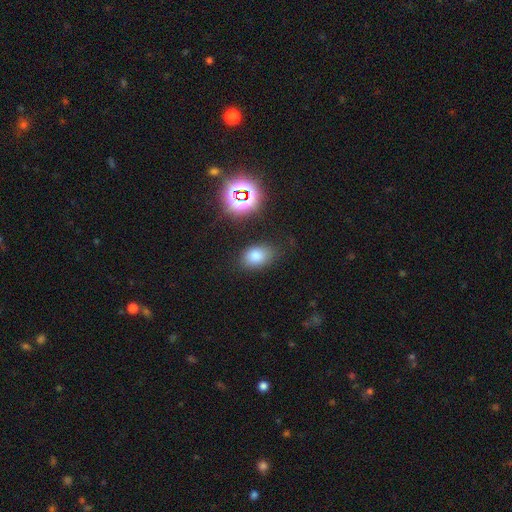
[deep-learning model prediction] smooth-or-featured: smooth: 76% | star or artifact: 16% | featured or disk: 8%
  how-rounded: in between: 80% | round: 19% | cigar-shaped: 1%
  merging: none: 76% | minor disturbance: 17% | major disturbance: 5% | merger: 3%